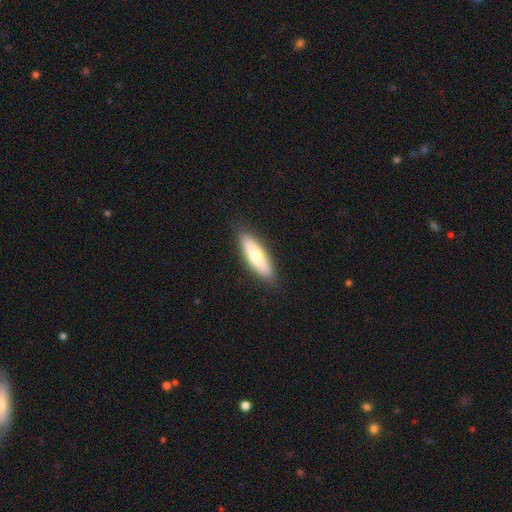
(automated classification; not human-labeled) A smooth galaxy with no disk features (71%) that is cigar-shaped (53%). Merging: none (87%).